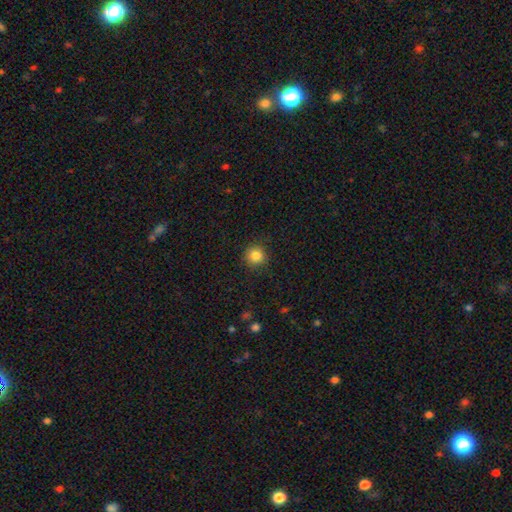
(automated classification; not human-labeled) Smooth or featured? Predicted: smooth (p=0.84). How rounded? Predicted: round (p=0.94). Merging? Predicted: none (p=0.90).